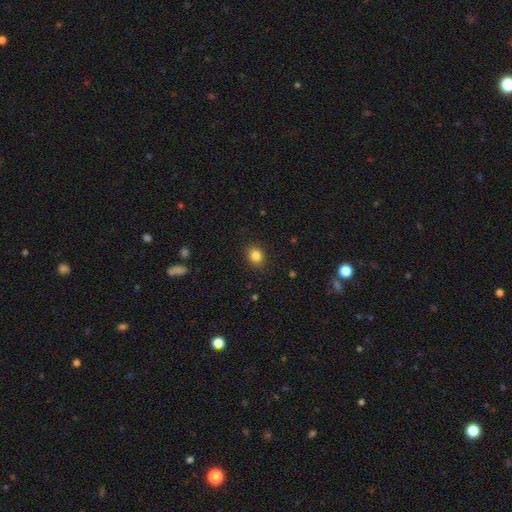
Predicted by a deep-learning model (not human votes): Smooth or featured? Predicted: smooth (p=0.85). How rounded? Predicted: round (p=0.57). Merging? Predicted: none (p=0.88).